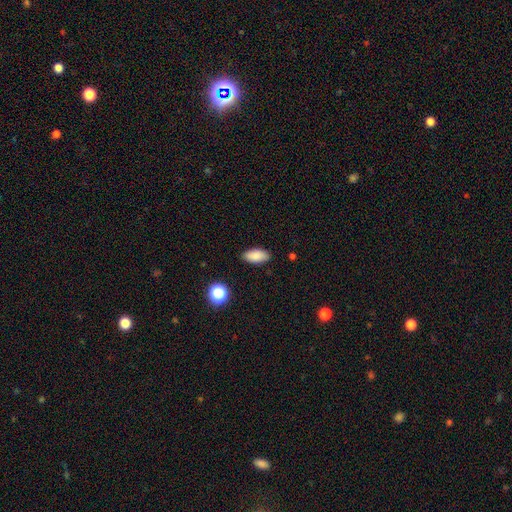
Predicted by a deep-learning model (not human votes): Q: Smooth or featured?
A: smooth (85%); runner-up: star or artifact (8%)
Q: How rounded?
A: in between (89%); runner-up: cigar-shaped (8%)
Q: Merging?
A: none (87%); runner-up: minor disturbance (9%)